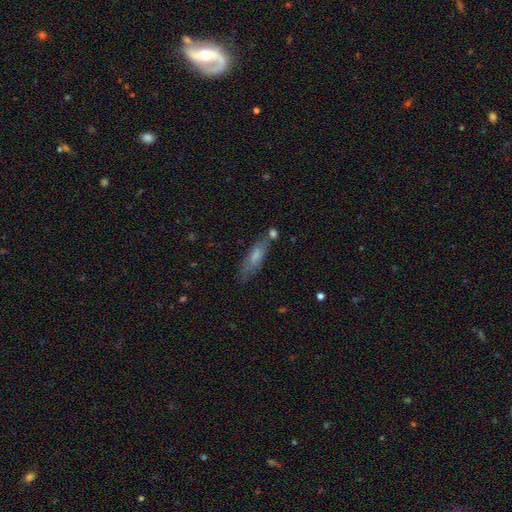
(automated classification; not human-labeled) Smooth or featured? Predicted: smooth (p=0.65). How rounded? Predicted: cigar-shaped (p=0.55). Merging? Predicted: none (p=0.67).